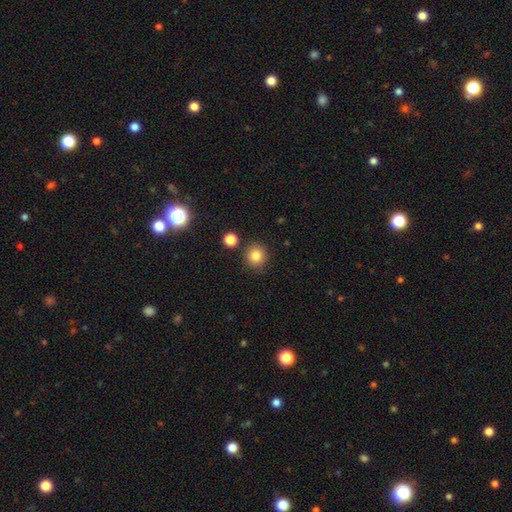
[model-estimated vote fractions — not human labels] The model was most divided on "smooth or featured": smooth: 83%, star or artifact: 11%, featured or disk: 6%. More confident: how rounded — round (91%); merging — none (85%).